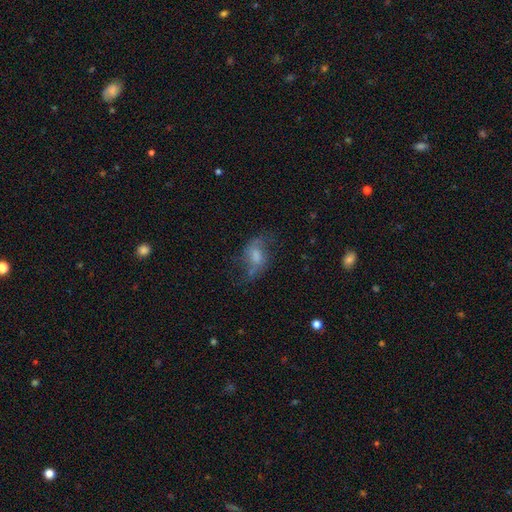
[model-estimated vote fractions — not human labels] Smooth or featured? Predicted: featured or disk (p=0.54). Edge-on disk? Predicted: no (p=0.94). Bar? Predicted: no (p=0.48). Spiral arms? Predicted: yes (p=0.76). Bulge size? Predicted: moderate (p=0.40). Merging? Predicted: none (p=0.52).